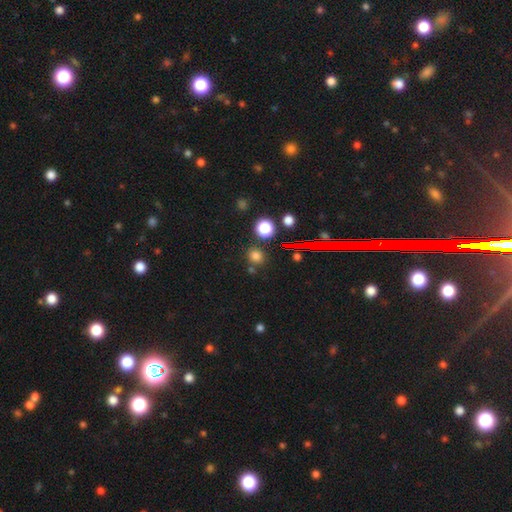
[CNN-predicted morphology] A smooth galaxy with no disk features (70%) that is round (88%).

Vote fractions:
- Smooth or featured? smooth: 70% / star or artifact: 25% / featured or disk: 6%
- How rounded? round: 88% / in between: 11% / cigar-shaped: 1%
- Merging? none: 80% / minor disturbance: 8% / merger: 8% / major disturbance: 3%